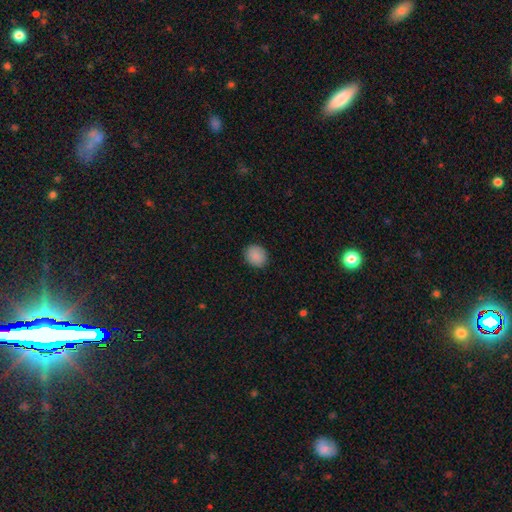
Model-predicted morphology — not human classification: Smooth or featured? Predicted: smooth (p=0.89). How rounded? Predicted: round (p=0.75). Merging? Predicted: none (p=0.90).